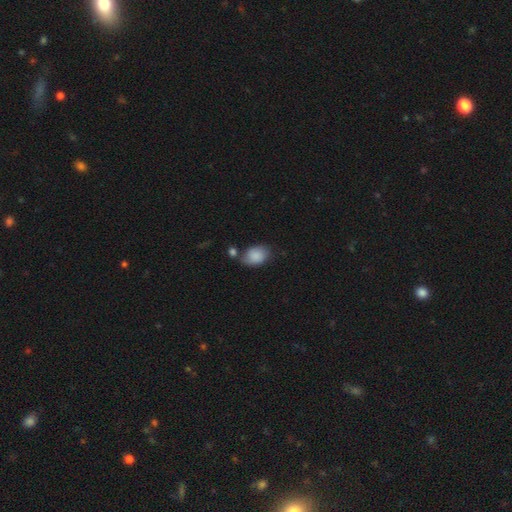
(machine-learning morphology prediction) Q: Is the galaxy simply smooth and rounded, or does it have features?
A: smooth — 86%.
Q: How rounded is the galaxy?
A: in between — 76%.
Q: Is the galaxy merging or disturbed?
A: none — 57%.